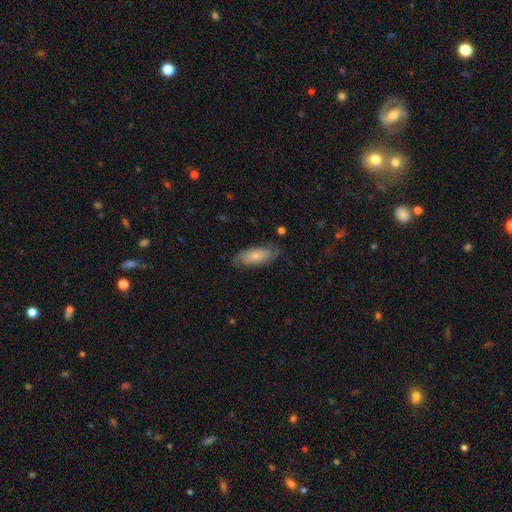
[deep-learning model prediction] The model was most divided on "smooth or featured": smooth: 61%, featured or disk: 33%, star or artifact: 6%. More confident: how rounded — in between (79%); merging — none (71%).